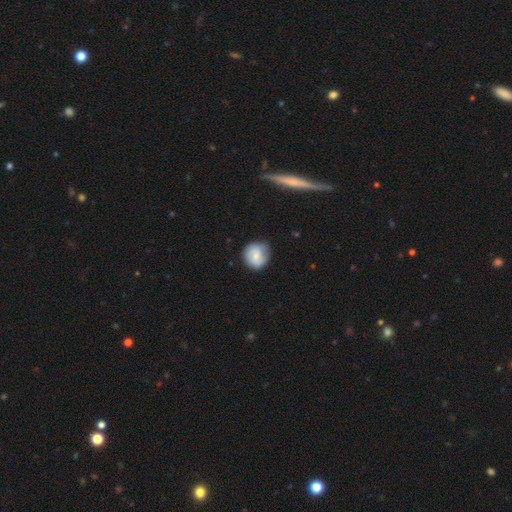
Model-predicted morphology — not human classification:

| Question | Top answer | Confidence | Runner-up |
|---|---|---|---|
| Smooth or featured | smooth | 78% | featured or disk (15%) |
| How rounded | round | 86% | in between (13%) |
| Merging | none | 69% | minor disturbance (25%) |